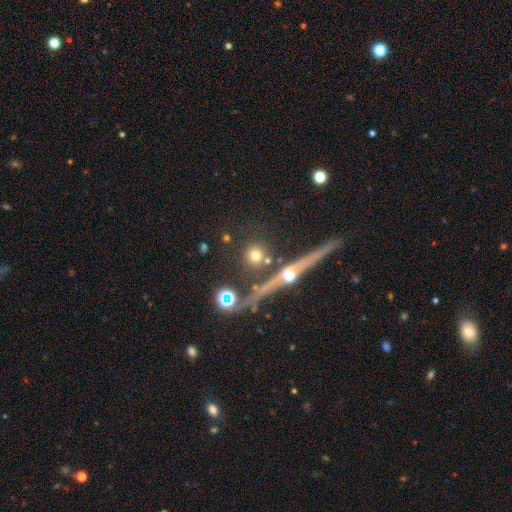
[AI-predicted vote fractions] smooth-or-featured: smooth: 66% | featured or disk: 19% | star or artifact: 15%
  how-rounded: round: 91% | in between: 6% | cigar-shaped: 3%
  merging: none: 80% | merger: 8% | minor disturbance: 8% | major disturbance: 3%